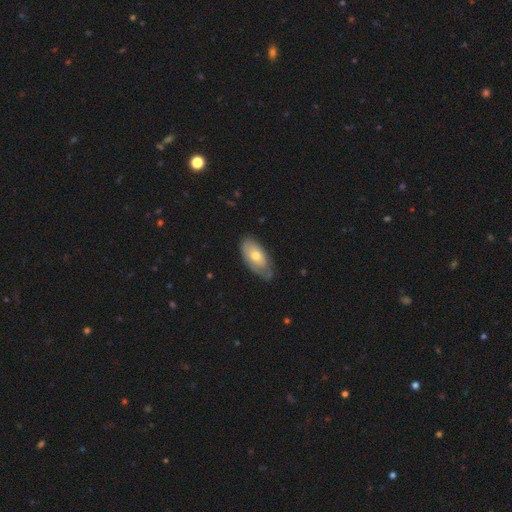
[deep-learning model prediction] This appears to be a smooth galaxy with no disk features (59%) that is in between round and cigar-shaped (92%). Merging: none (58%).